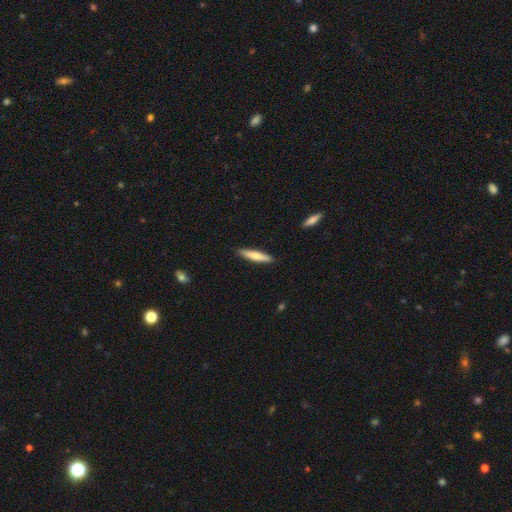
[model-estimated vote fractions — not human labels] This appears to be a smooth galaxy with no disk features (71%) that is cigar-shaped (85%). Merging: none (89%).